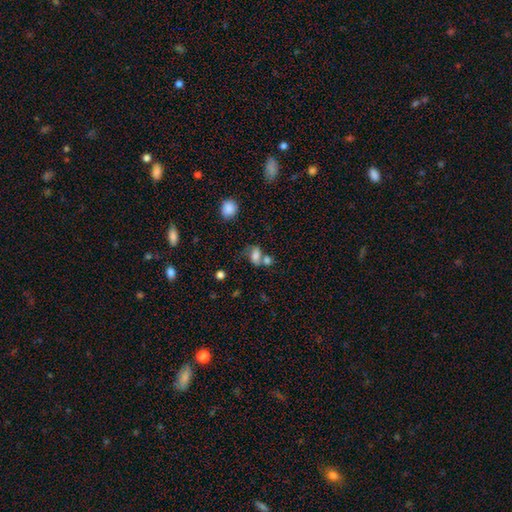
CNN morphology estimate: A smooth galaxy with no disk features (67%) that is in between round and cigar-shaped (73%). Merging: merger (44%).